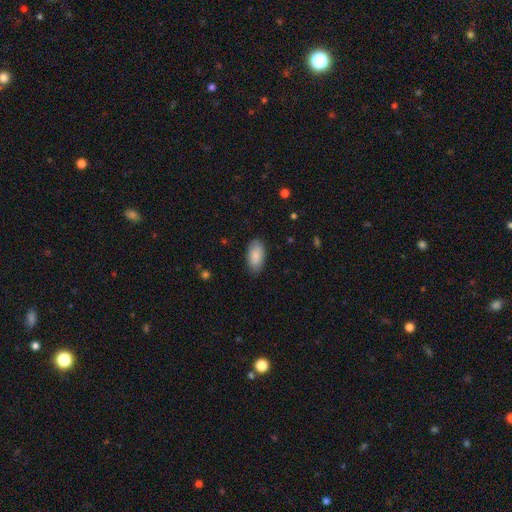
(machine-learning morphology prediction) smooth-or-featured: smooth: 87% | featured or disk: 7% | star or artifact: 6%
  how-rounded: in between: 95% | cigar-shaped: 3% | round: 3%
  merging: none: 83% | minor disturbance: 13% | major disturbance: 3% | merger: 1%